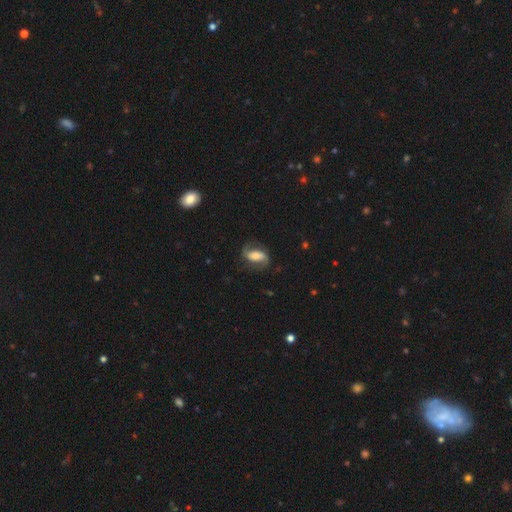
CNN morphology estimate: Smooth or featured? featured or disk (71%)
Edge-on disk? no (95%)
Bar? strong (42%)
Spiral arms? yes (90%)
Spiral winding? medium (42%)
Spiral arm count? 2 (89%)
Bulge size? moderate (51%)
Merging? none (72%)